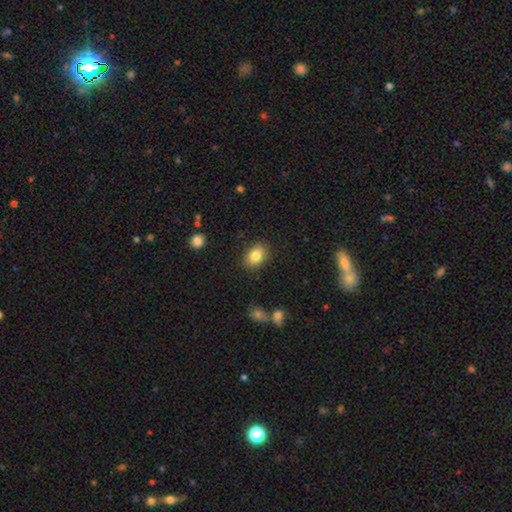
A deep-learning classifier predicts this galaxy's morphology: Smooth or featured? Predicted: smooth (p=0.84). How rounded? Predicted: in between (p=0.74). Merging? Predicted: none (p=0.86).